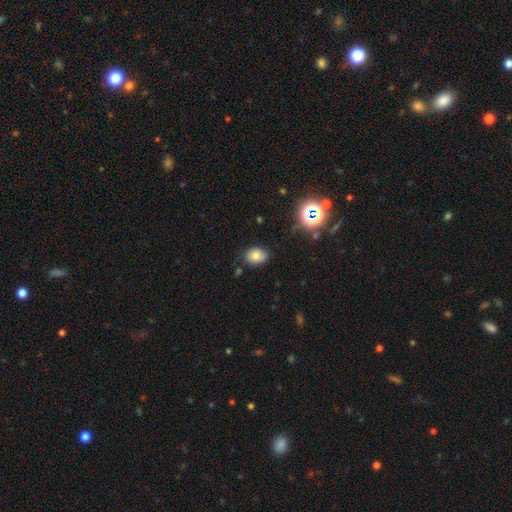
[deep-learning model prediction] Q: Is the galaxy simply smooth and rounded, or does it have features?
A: smooth — 73%.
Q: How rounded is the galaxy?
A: in between — 70%.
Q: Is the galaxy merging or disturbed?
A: none — 80%.